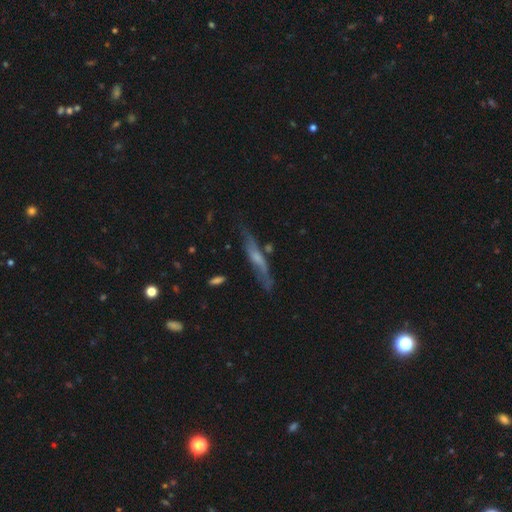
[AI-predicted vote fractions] featured or disk 57%, smooth 34%, star or artifact 9%. Down the decision tree: edge-on disk — yes (78%); merging — none (72%).